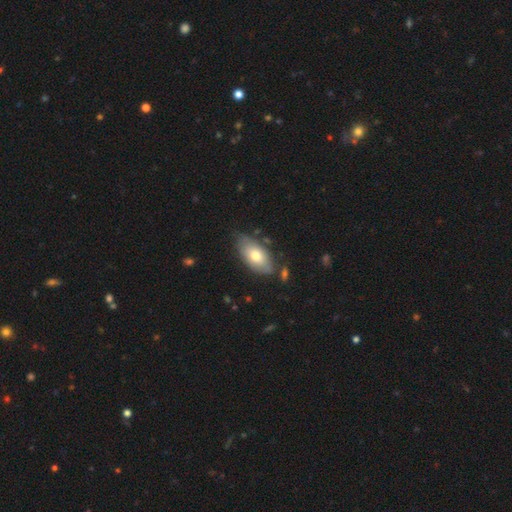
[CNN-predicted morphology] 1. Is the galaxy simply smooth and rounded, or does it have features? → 69% smooth, 25% featured or disk, 6% star or artifact.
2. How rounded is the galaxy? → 92% in between, 4% cigar-shaped, 4% round.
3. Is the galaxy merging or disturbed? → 68% none, 22% minor disturbance, 5% merger, 5% major disturbance.